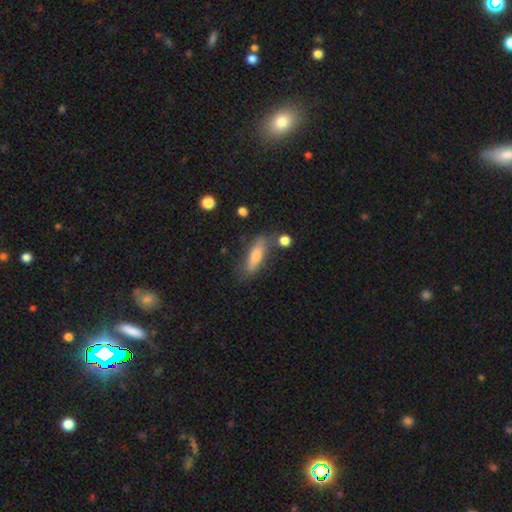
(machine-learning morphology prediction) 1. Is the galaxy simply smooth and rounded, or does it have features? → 67% smooth, 26% featured or disk, 8% star or artifact.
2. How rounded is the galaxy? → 58% cigar-shaped, 39% in between, 2% round.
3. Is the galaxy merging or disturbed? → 69% none, 19% minor disturbance, 6% merger, 6% major disturbance.